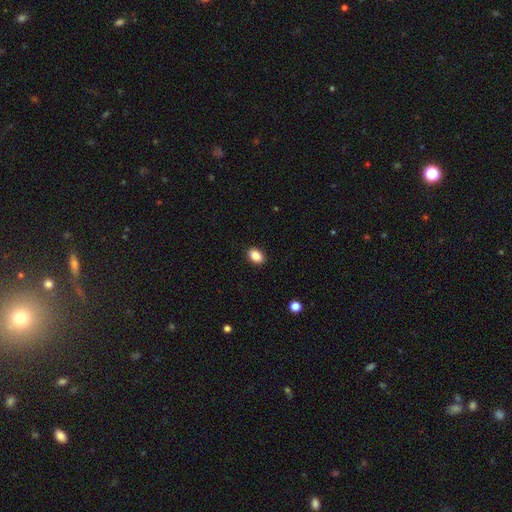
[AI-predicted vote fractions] Smooth or featured: smooth — 87% (star or artifact — 9%)
How rounded: in between — 78% (round — 21%)
Merging: none — 91% (minor disturbance — 7%)